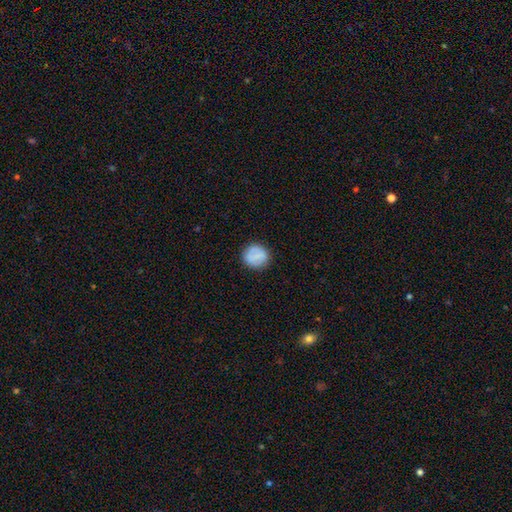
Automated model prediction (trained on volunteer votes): The model was most divided on "smooth or featured": smooth: 77%, featured or disk: 16%, star or artifact: 8%. More confident: how rounded — round (89%); merging — none (88%).